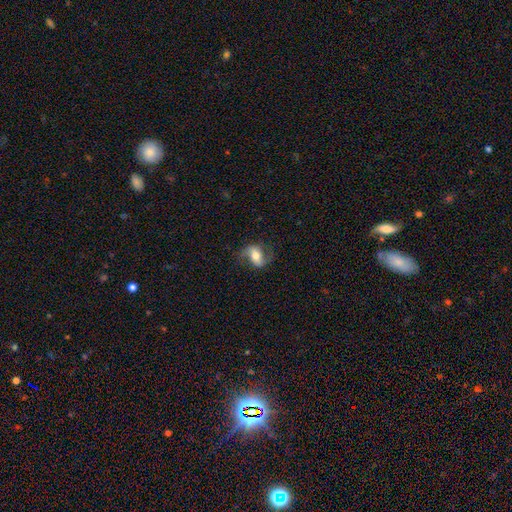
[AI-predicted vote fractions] Morphology: type=featured or disk (63%); edge-on=no (94%); bar=weak (34%); spiral arms=yes (87%); winding=loose (59%); arm count=2 (89%); bulge=moderate (65%); merging=none (72%).